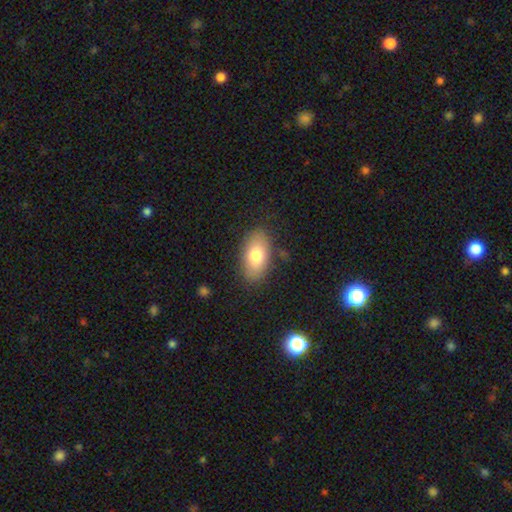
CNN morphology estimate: Smooth or featured? smooth (76%)
How rounded? in between (92%)
Merging? none (83%)